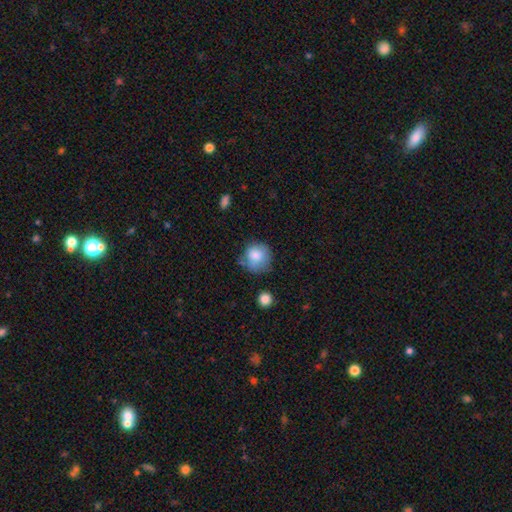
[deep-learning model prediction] smooth 82%, featured or disk 10%, star or artifact 8%. Down the decision tree: how rounded — round (87%); merging — none (61%).